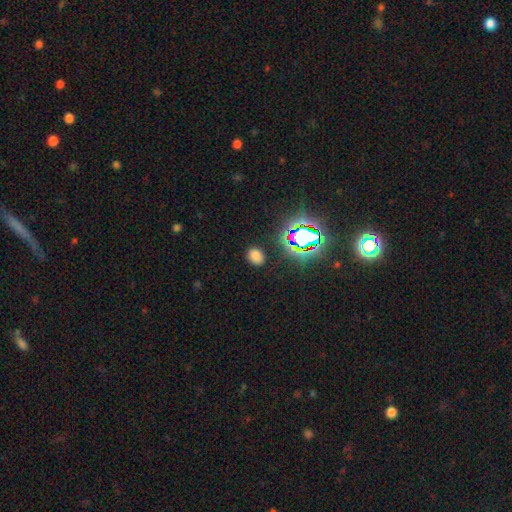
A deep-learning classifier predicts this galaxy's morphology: Overall: smooth (70%). How rounded: in between (59%; round 40%). Merging: none (86%).